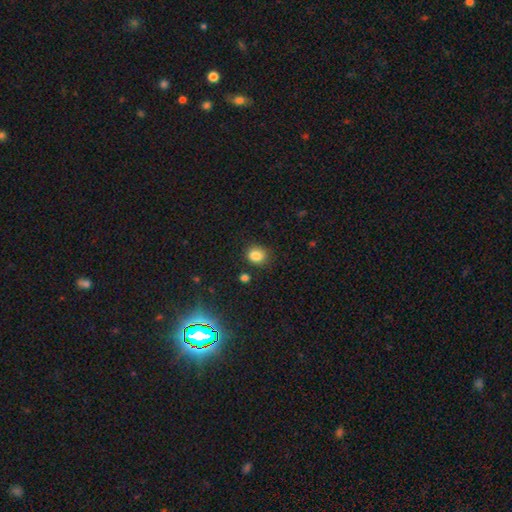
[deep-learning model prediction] The model was most divided on "how rounded": round: 66%, in between: 33%, cigar-shaped: 1%. More confident: smooth or featured — smooth (83%); merging — none (81%).